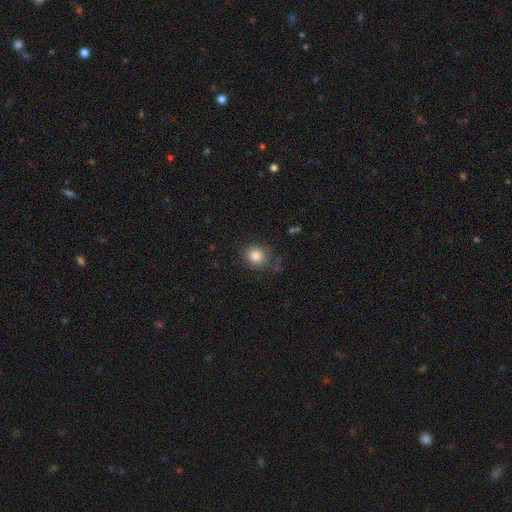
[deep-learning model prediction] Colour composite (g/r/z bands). It shows a smooth galaxy with no disk features (84%) that is round (80%). Merging: none (80%).